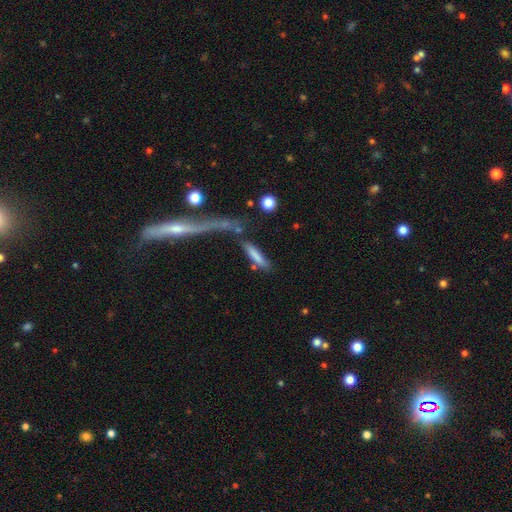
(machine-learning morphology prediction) smooth 76%, featured or disk 16%, star or artifact 8%. Down the decision tree: how rounded — cigar-shaped (79%); merging — none (56%).